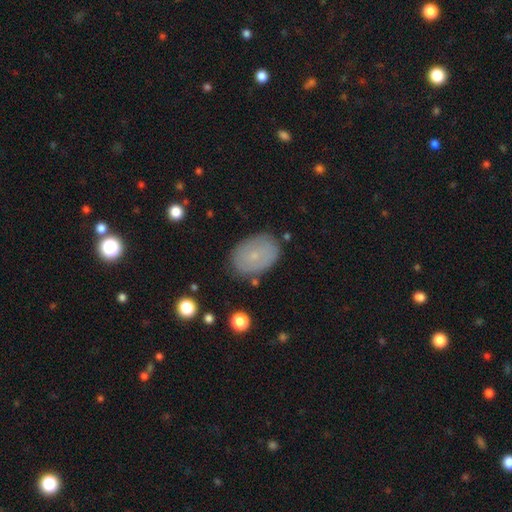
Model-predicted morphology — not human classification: Smooth or featured: smooth — 64% (featured or disk — 26%)
How rounded: in between — 82% (round — 17%)
Merging: none — 81% (minor disturbance — 13%)